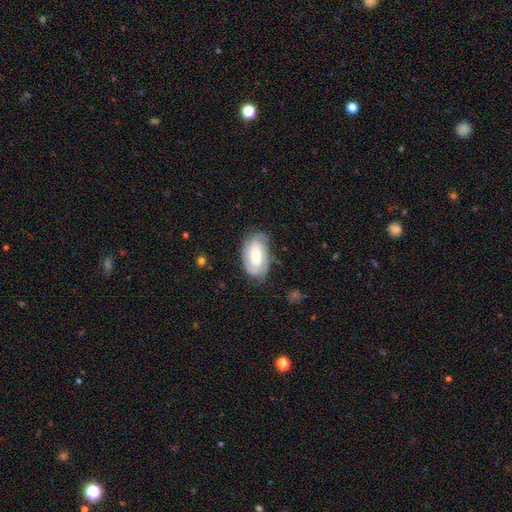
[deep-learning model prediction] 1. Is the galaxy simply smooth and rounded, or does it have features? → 57% featured or disk, 36% smooth, 6% star or artifact.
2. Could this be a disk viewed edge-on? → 94% no, 6% yes.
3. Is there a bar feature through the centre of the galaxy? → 56% no, 33% weak, 11% strong.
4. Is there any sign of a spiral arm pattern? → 83% yes, 17% no.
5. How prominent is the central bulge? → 58% moderate, 32% small, 7% large, 1% none, 1% dominant.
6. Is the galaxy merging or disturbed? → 72% none, 21% minor disturbance, 6% major disturbance, 1% merger.